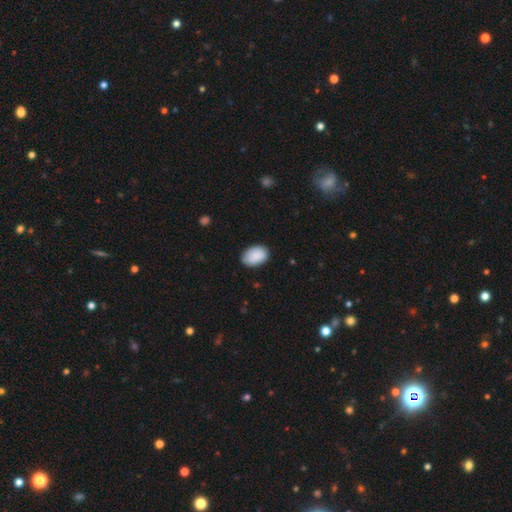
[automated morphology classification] This is clearly a smooth galaxy (89%). How rounded: clearly in between (86%). Merging: clearly none (81%).